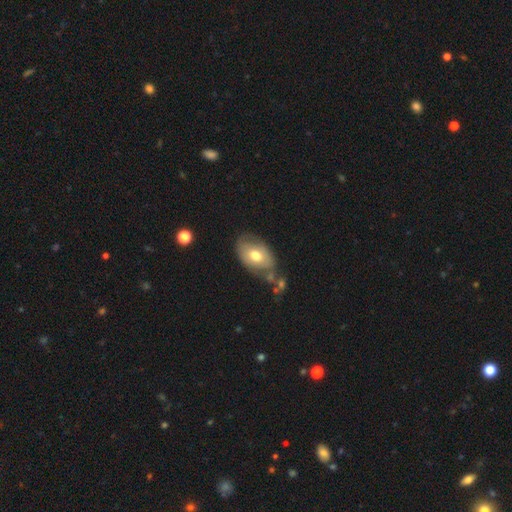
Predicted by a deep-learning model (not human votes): A smooth galaxy with no disk features (62%) that is in between round and cigar-shaped (87%).

Vote fractions:
- Smooth or featured? smooth: 62% / featured or disk: 31% / star or artifact: 7%
- How rounded? in between: 87% / round: 12% / cigar-shaped: 1%
- Merging? none: 57% / minor disturbance: 24% / merger: 10% / major disturbance: 9%